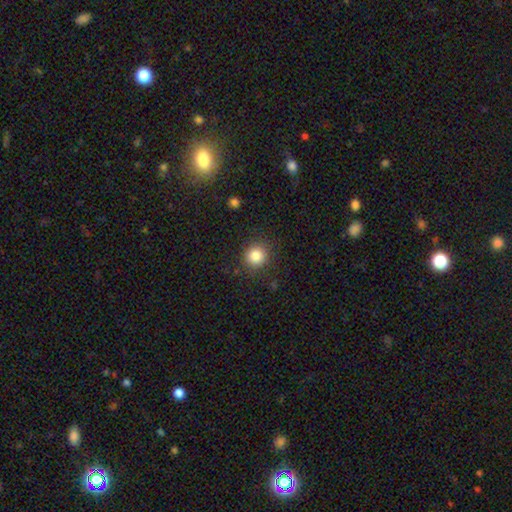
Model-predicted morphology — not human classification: Smooth or featured: smooth — 84% (star or artifact — 11%)
How rounded: round — 91% (in between — 8%)
Merging: none — 88% (minor disturbance — 8%)